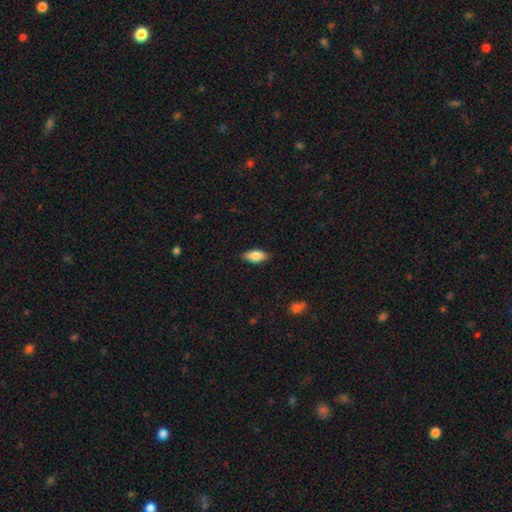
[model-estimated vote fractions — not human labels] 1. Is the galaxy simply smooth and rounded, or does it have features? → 82% smooth, 12% featured or disk, 6% star or artifact.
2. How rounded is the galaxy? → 86% in between, 11% cigar-shaped, 3% round.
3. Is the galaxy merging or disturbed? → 87% none, 10% minor disturbance, 2% major disturbance, 1% merger.